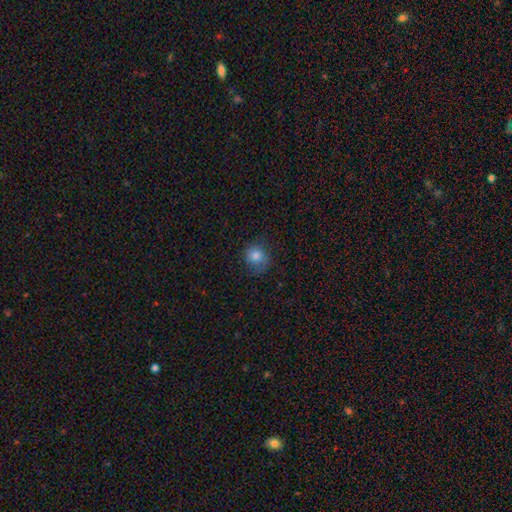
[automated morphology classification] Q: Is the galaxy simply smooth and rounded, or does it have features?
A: smooth — 80%.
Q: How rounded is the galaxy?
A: round — 80%.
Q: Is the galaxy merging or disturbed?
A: none — 68%.